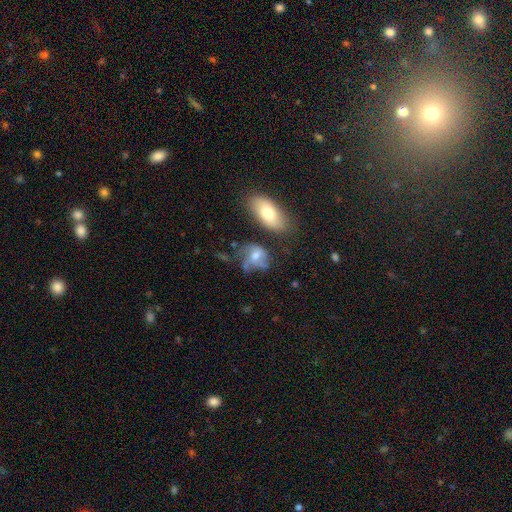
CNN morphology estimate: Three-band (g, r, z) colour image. It shows a smooth galaxy with no disk features (51%) that is in between round and cigar-shaped (63%). Merging: none (39%).